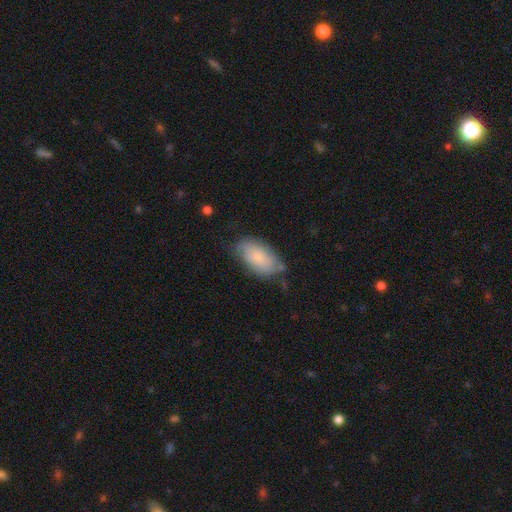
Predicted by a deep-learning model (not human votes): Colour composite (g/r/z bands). It shows a smooth galaxy with no disk features (73%) that is in between round and cigar-shaped (94%). Merging: none (61%).